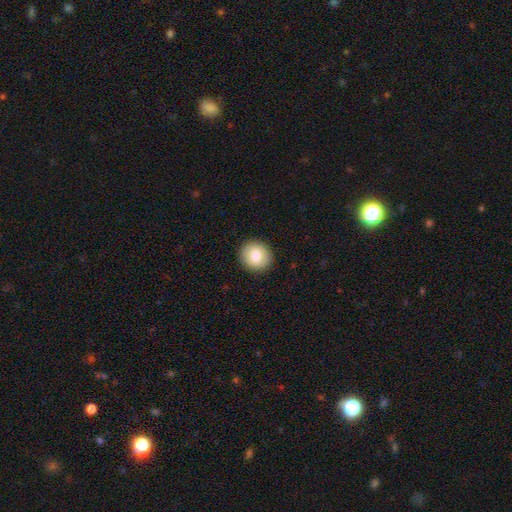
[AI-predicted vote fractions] A smooth galaxy with no disk features (80%) that is round (88%).

Vote fractions:
- Smooth or featured? smooth: 80% / featured or disk: 12% / star or artifact: 8%
- How rounded? round: 88% / in between: 12% / cigar-shaped: 1%
- Merging? none: 91% / minor disturbance: 6% / major disturbance: 2% / merger: 1%